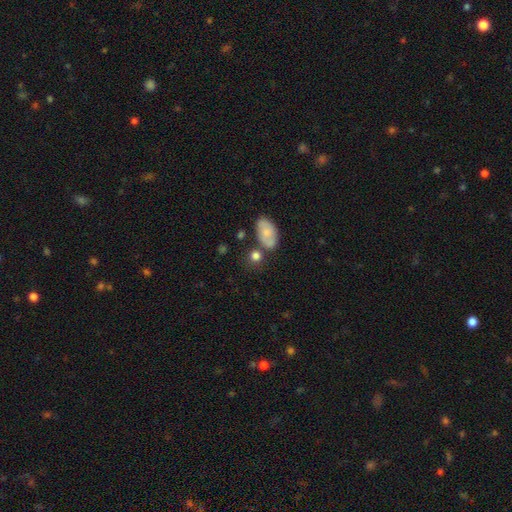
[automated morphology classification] Overall: smooth (80%). How rounded: round (63%; in between 35%). Merging: none (65%).